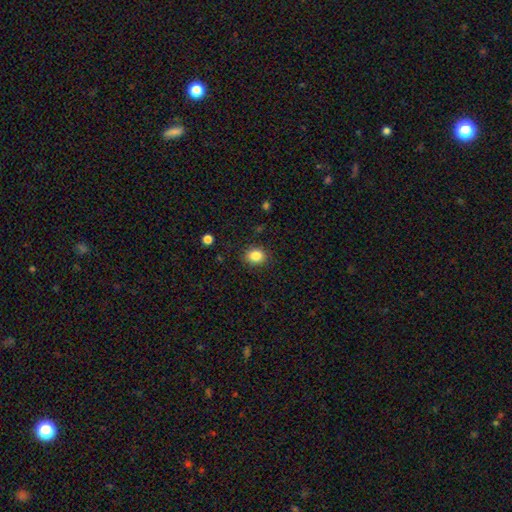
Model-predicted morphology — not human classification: A smooth galaxy with no disk features (86%) that is round (60%). Merging: none (87%).